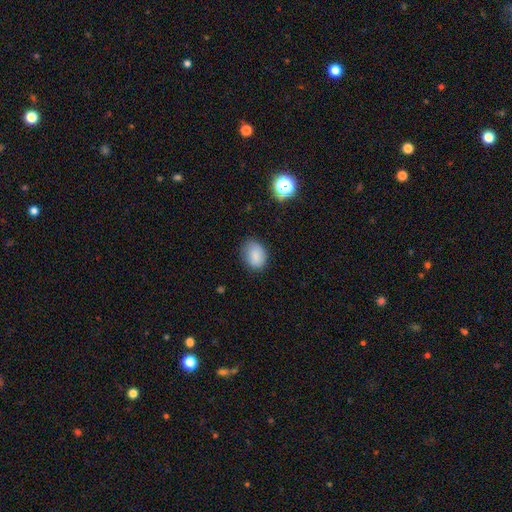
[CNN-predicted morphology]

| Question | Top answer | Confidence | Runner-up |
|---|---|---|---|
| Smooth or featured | smooth | 84% | star or artifact (10%) |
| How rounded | in between | 63% | round (36%) |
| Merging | none | 73% | minor disturbance (21%) |